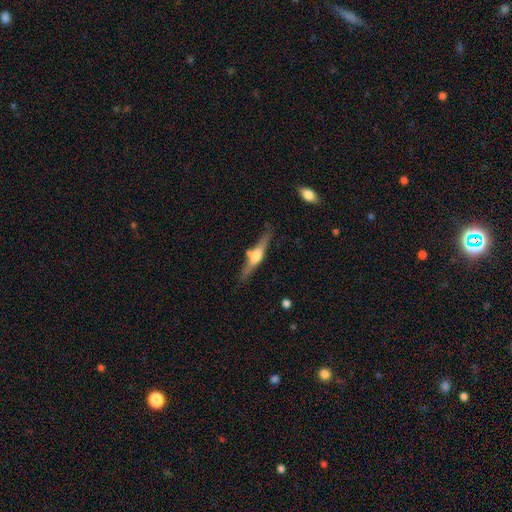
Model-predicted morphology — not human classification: This appears to be a featured or disk galaxy (69%) viewed edge-on (97%) with a rounded central bulge (91%). Merging: none (81%).